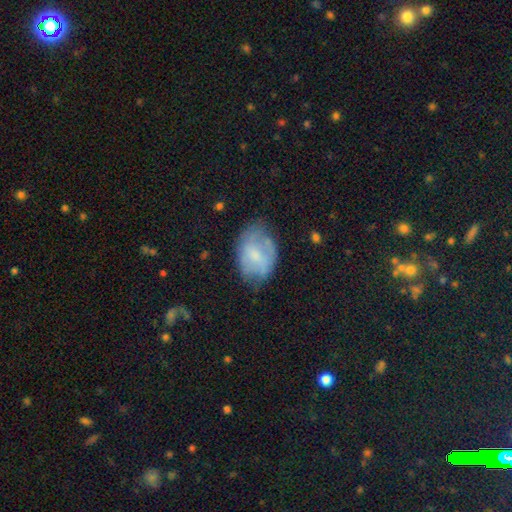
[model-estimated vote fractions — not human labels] smooth 47%, featured or disk 45%, star or artifact 8%. Down the decision tree: merging — none (53%).